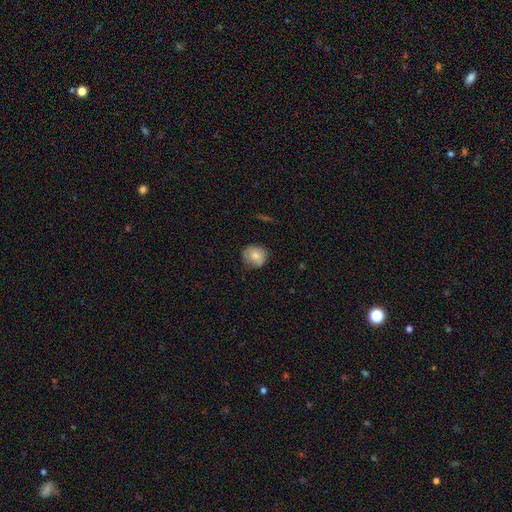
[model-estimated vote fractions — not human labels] smooth-or-featured: smooth: 76% | featured or disk: 16% | star or artifact: 8%
  how-rounded: round: 78% | in between: 21% | cigar-shaped: 1%
  merging: none: 70% | minor disturbance: 24% | major disturbance: 5% | merger: 1%